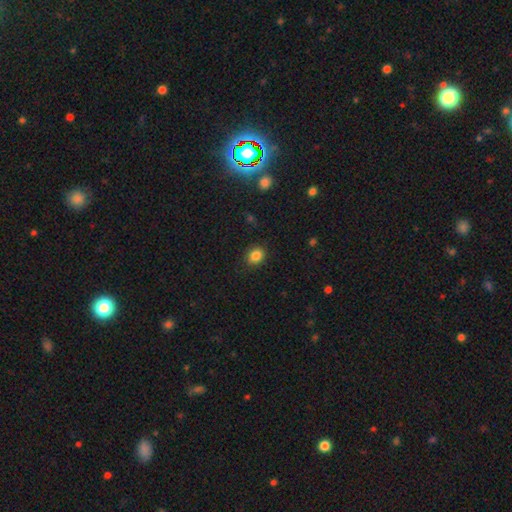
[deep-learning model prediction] The model was most divided on "how rounded": round: 56%, in between: 43%, cigar-shaped: 1%. More confident: merging — none (87%); smooth or featured — smooth (85%).